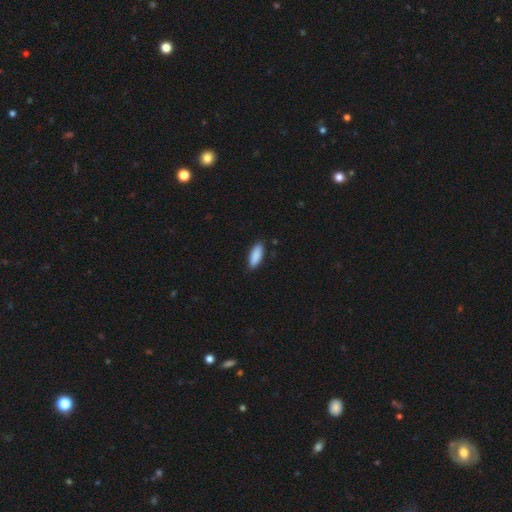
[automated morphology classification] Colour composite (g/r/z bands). It shows a smooth galaxy with no disk features (90%) that is in between round and cigar-shaped (71%). Merging: none (87%).